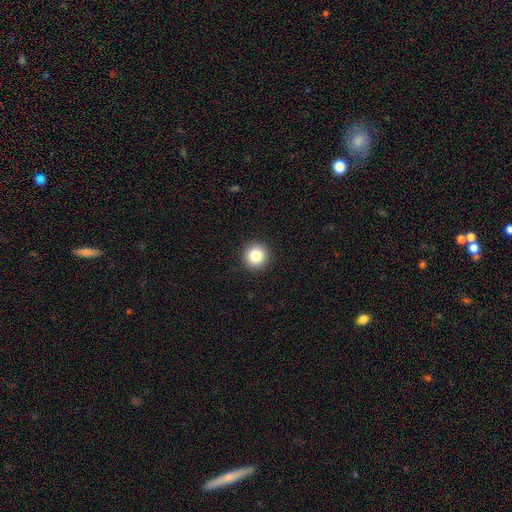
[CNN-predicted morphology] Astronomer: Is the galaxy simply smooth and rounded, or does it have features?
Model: smooth — 84%.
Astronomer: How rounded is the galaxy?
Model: round — 94%.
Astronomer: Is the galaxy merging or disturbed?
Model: none — 93%.